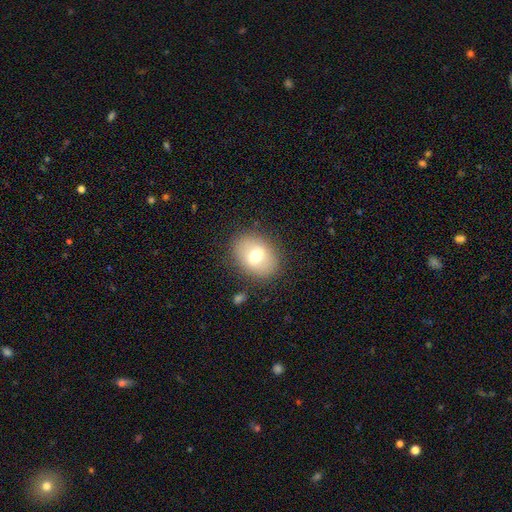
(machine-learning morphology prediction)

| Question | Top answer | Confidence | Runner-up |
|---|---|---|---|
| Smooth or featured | smooth | 61% | featured or disk (29%) |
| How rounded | in between | 58% | round (41%) |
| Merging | none | 83% | minor disturbance (11%) |